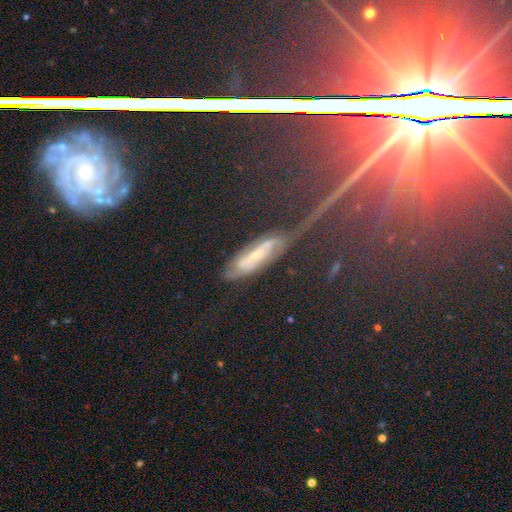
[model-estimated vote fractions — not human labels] A featured or disk galaxy (48%).

Vote fractions:
- Smooth or featured? featured or disk: 48% / star or artifact: 27% / smooth: 26%
- Merging? none: 72% / minor disturbance: 18% / major disturbance: 7% / merger: 3%